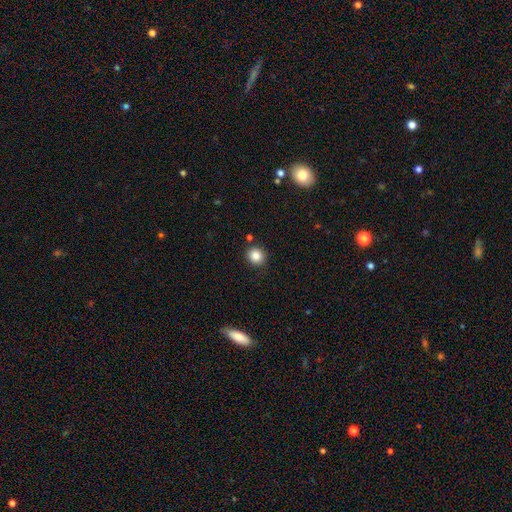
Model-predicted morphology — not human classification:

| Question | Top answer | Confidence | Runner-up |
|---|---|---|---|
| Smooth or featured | smooth | 85% | star or artifact (11%) |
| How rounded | round | 88% | in between (11%) |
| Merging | none | 87% | minor disturbance (8%) |